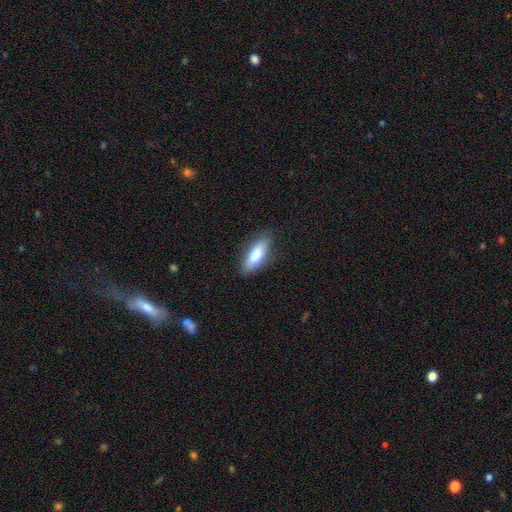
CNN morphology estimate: Overall: smooth (73%). How rounded: in between (63%; cigar-shaped 35%). Merging: none (82%).